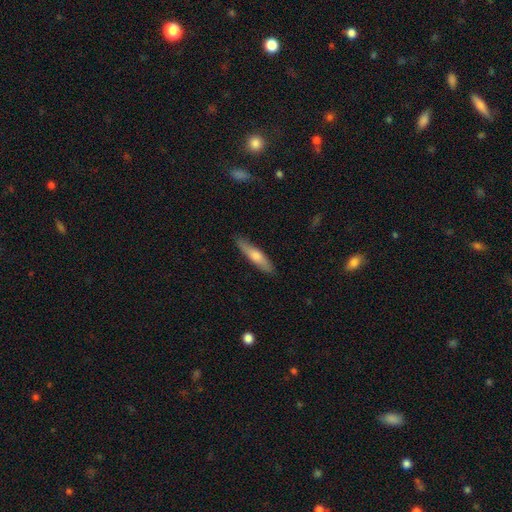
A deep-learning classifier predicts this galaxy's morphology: smooth 52%, featured or disk 41%, star or artifact 6%. Down the decision tree: how rounded — cigar-shaped (86%); merging — none (87%).